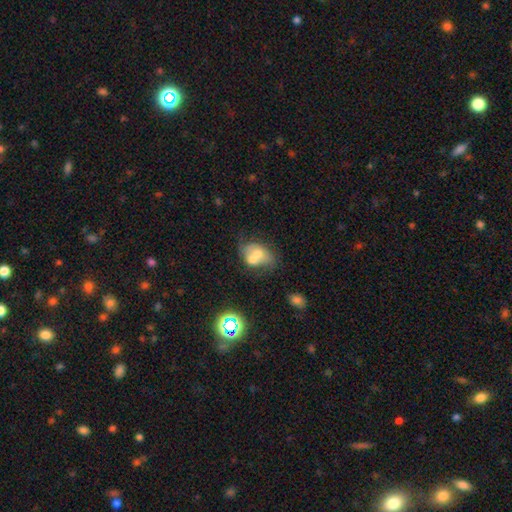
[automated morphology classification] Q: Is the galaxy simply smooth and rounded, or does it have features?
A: smooth — 53%.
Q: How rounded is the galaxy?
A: in between — 64%.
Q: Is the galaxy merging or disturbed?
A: merger — 58%.